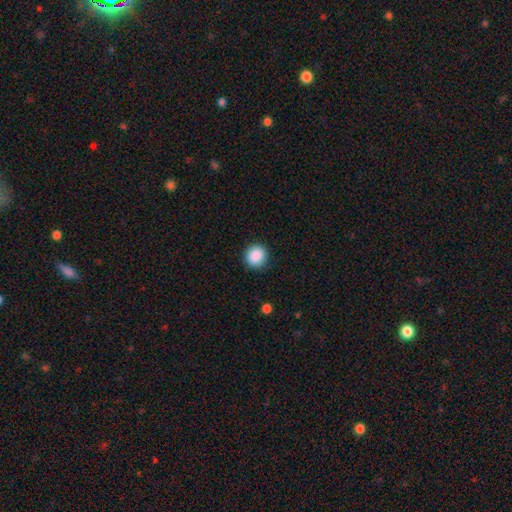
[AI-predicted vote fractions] Smooth or featured: smooth — 89% (star or artifact — 8%)
How rounded: round — 91% (in between — 8%)
Merging: none — 90% (minor disturbance — 7%)